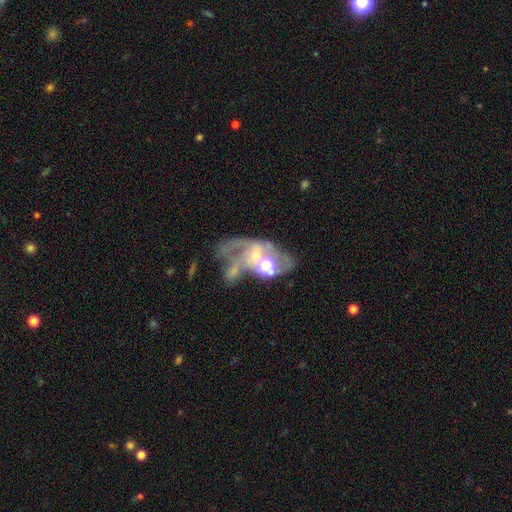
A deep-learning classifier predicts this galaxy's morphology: featured or disk 67%, smooth 18%, star or artifact 14%. Down the decision tree: edge-on disk — no (96%); bar — no (75%); spiral arms — yes (50%, tied with no); bulge size — moderate (50%); merging — merger (39%).